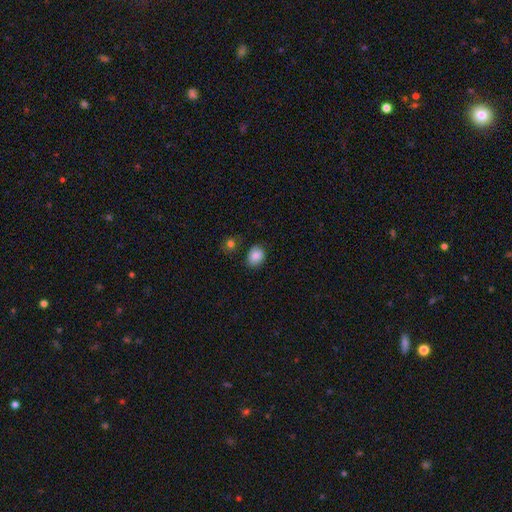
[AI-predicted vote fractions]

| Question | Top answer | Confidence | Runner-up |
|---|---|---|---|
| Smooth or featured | smooth | 84% | star or artifact (9%) |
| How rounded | in between | 52% | round (48%) |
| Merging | none | 79% | minor disturbance (14%) |